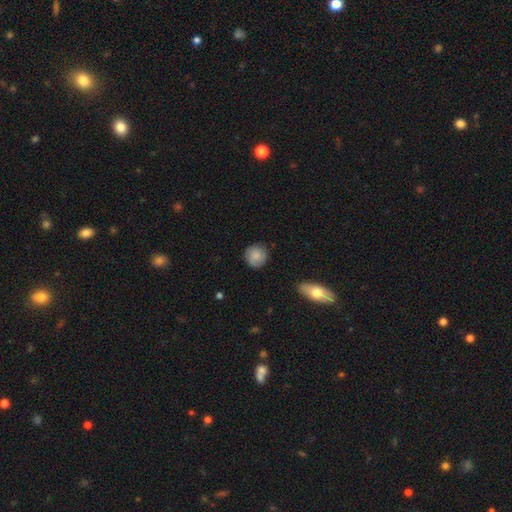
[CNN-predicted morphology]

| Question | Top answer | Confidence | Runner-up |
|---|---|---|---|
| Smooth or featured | smooth | 82% | featured or disk (12%) |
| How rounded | round | 91% | in between (8%) |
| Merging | none | 84% | minor disturbance (12%) |